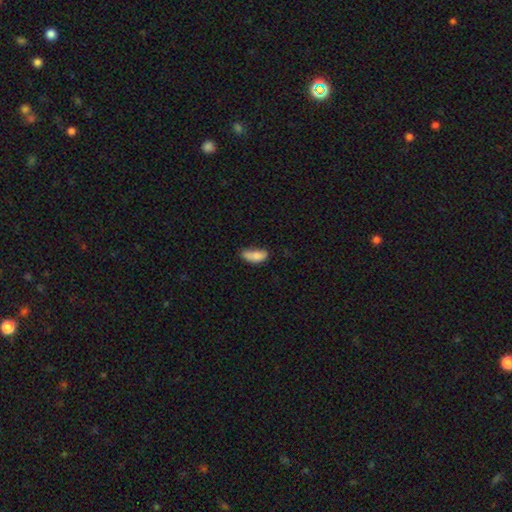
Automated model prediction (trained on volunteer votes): Q: Smooth or featured?
A: smooth (81%); runner-up: featured or disk (11%)
Q: How rounded?
A: in between (82%); runner-up: cigar-shaped (15%)
Q: Merging?
A: none (44%); runner-up: minor disturbance (36%)